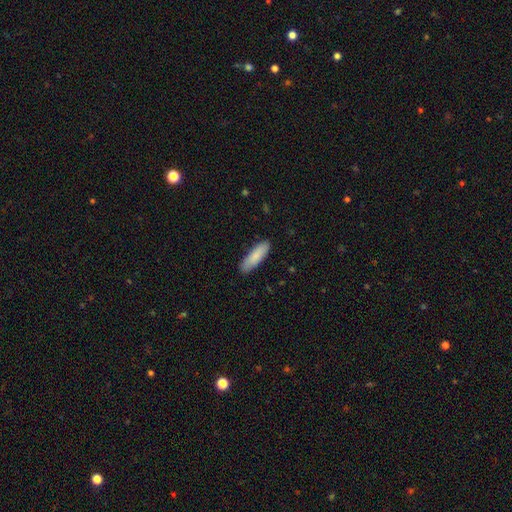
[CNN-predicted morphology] smooth 86%, featured or disk 9%, star or artifact 5%. Down the decision tree: how rounded — cigar-shaped (53%); merging — none (88%).